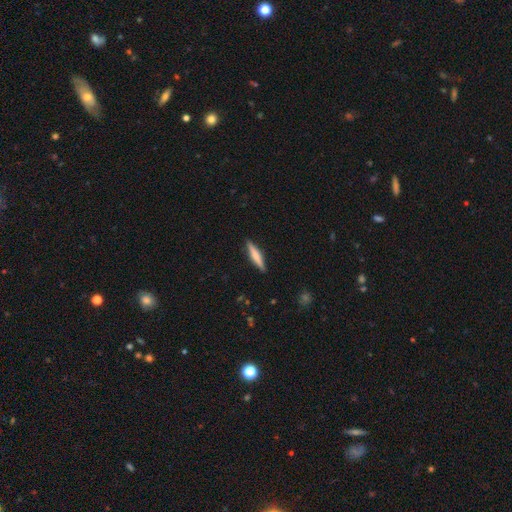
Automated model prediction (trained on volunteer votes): This appears to be a smooth galaxy with no disk features (59%) that is cigar-shaped (89%). Merging: none (90%).